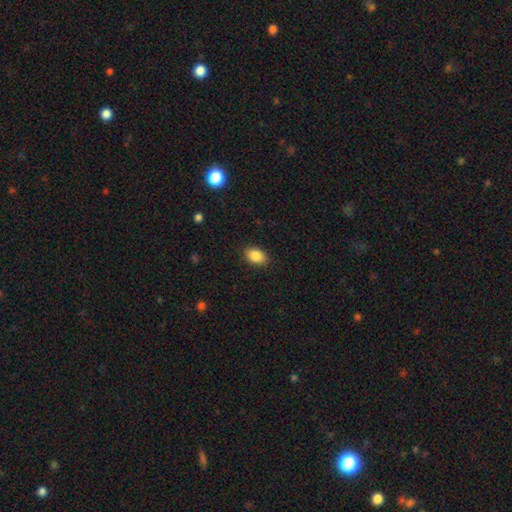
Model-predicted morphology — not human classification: Smooth or featured? Predicted: smooth (p=0.87). How rounded? Predicted: in between (p=0.87). Merging? Predicted: none (p=0.88).